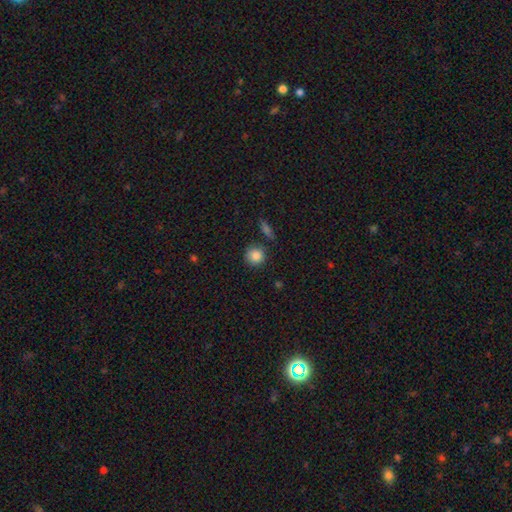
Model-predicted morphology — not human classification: Smooth or featured: smooth — 86% (star or artifact — 9%)
How rounded: round — 91% (in between — 8%)
Merging: none — 81% (minor disturbance — 10%)